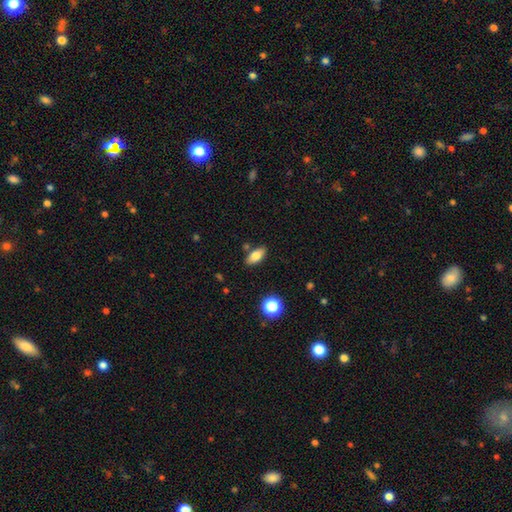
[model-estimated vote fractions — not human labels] Smooth or featured? smooth (77%)
How rounded? in between (86%)
Merging? none (83%)